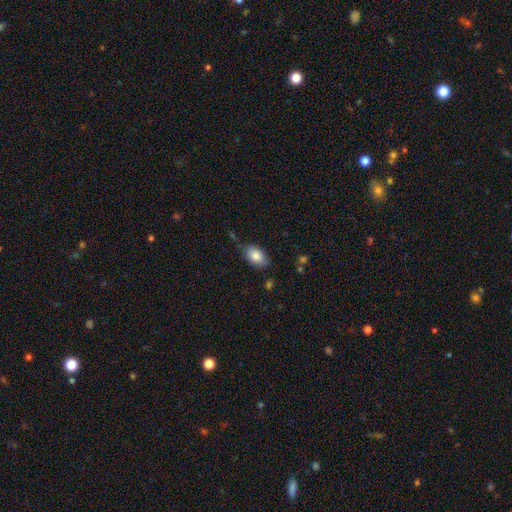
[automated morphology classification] type=smooth (84%); roundness=in between (90%); merging=none (71%).